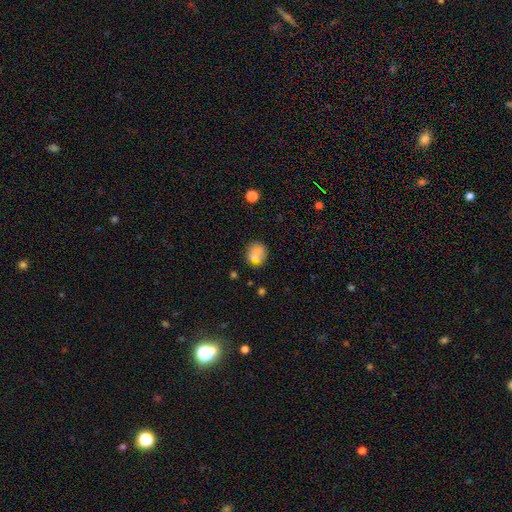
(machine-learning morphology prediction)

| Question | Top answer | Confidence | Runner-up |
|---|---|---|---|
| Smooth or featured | smooth | 65% | featured or disk (24%) |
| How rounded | round | 72% | in between (27%) |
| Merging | none | 55% | merger (27%) |